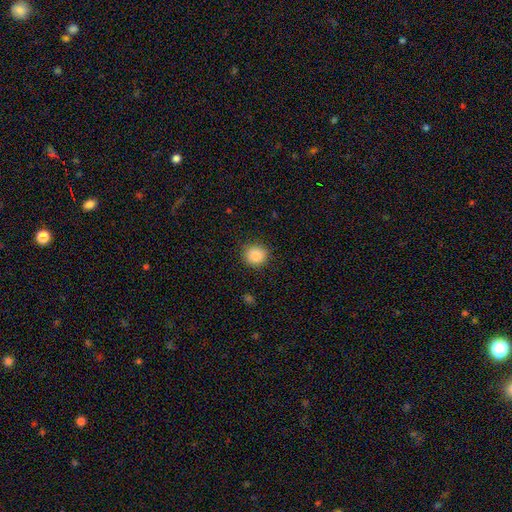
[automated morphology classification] A smooth galaxy with no disk features (87%) that is round (87%).

Vote fractions:
- Smooth or featured? smooth: 87% / star or artifact: 9% / featured or disk: 4%
- How rounded? round: 87% / in between: 12% / cigar-shaped: 1%
- Merging? none: 87% / minor disturbance: 9% / major disturbance: 3% / merger: 1%